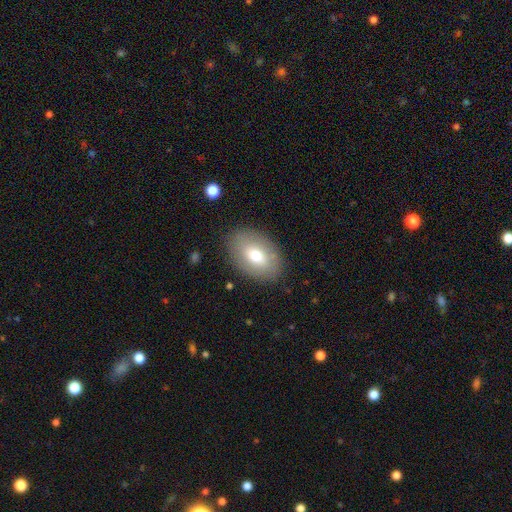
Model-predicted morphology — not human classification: smooth-or-featured: smooth: 69% | featured or disk: 23% | star or artifact: 8%
  how-rounded: in between: 85% | round: 13% | cigar-shaped: 1%
  merging: none: 85% | minor disturbance: 11% | major disturbance: 4% | merger: 1%